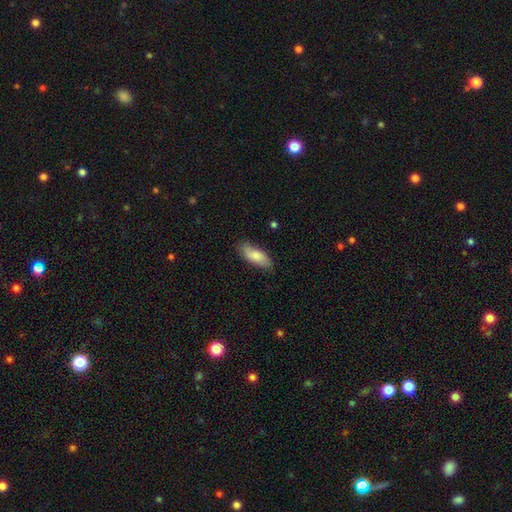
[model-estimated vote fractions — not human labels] smooth-or-featured: smooth: 80% | featured or disk: 14% | star or artifact: 6%
  how-rounded: in between: 77% | cigar-shaped: 21% | round: 2%
  merging: none: 78% | minor disturbance: 18% | major disturbance: 3% | merger: 1%